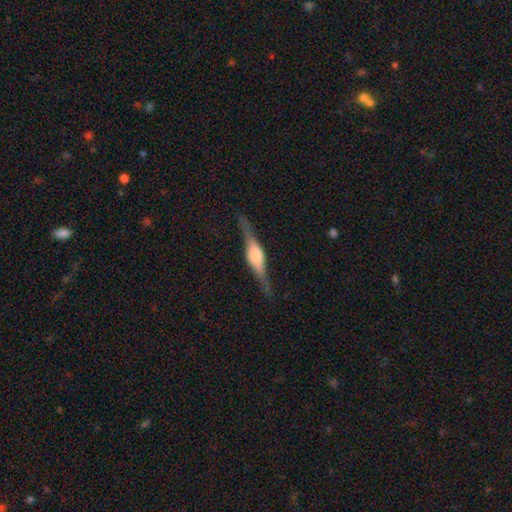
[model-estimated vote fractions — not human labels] The model was most divided on "edge-on bulge": rounded: 74%, boxy: 23%, none: 3%. More confident: edge-on disk — yes (96%); merging — none (82%); smooth or featured — featured or disk (77%).